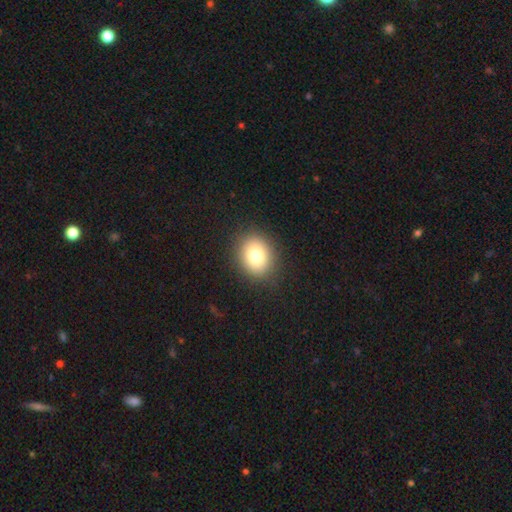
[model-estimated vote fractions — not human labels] A smooth galaxy with no disk features (80%) that is round (58%). Merging: none (89%).